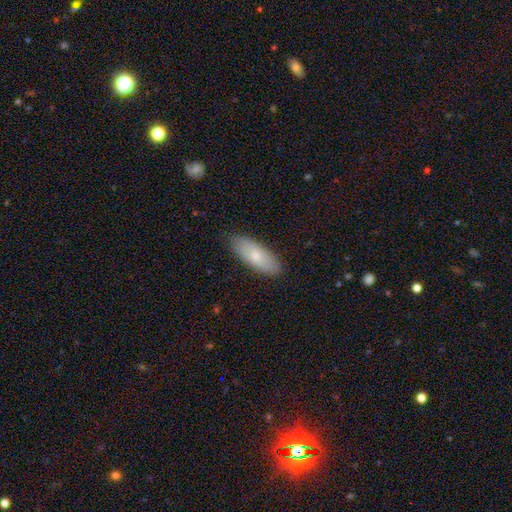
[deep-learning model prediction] Morphology: type=smooth (75%); roundness=in between (73%); merging=none (86%).